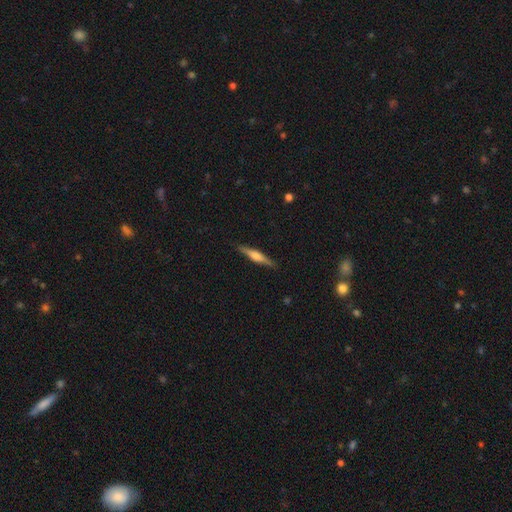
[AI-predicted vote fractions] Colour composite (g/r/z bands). It shows a featured or disk galaxy (58%) viewed edge-on (97%) with a rounded central bulge (73%). Merging: none (89%).